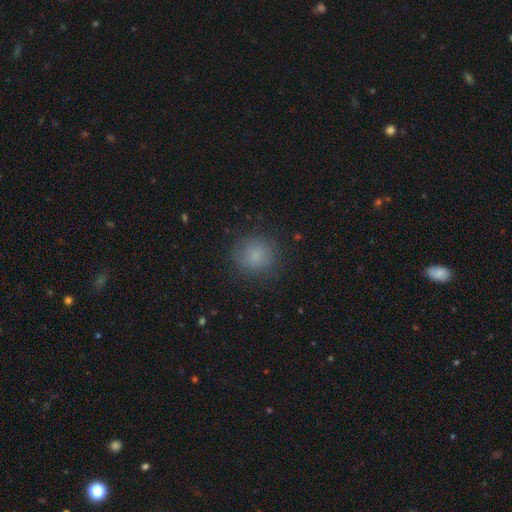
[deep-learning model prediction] Morphology: type=smooth (79%); roundness=round (89%); merging=none (80%).